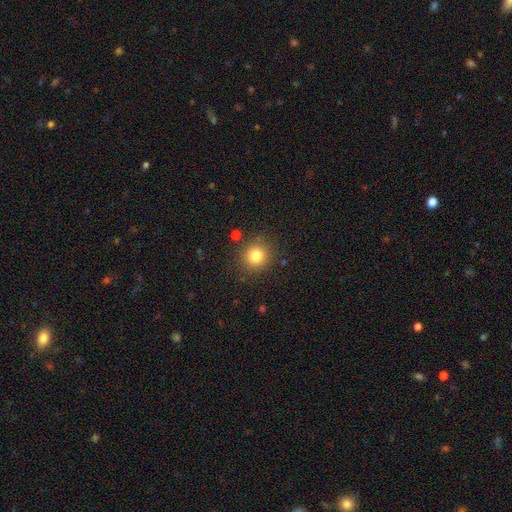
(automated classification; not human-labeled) Smooth or featured? Predicted: smooth (p=0.81). How rounded? Predicted: round (p=0.91). Merging? Predicted: none (p=0.86).